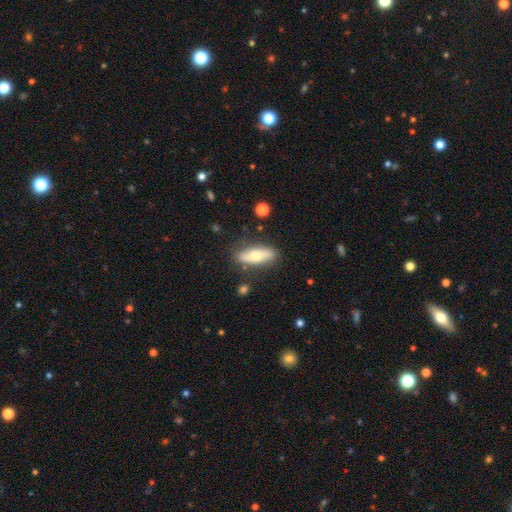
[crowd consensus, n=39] Smooth or featured? smooth (56%)
How rounded? in between (59%)
Merging? none (82%)